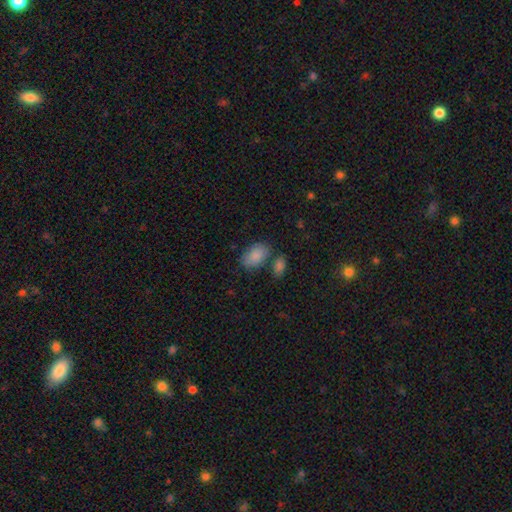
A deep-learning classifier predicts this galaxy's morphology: Smooth or featured?
  - smooth: 86% *
  - featured or disk: 7%
  - star or artifact: 7%
How rounded?
  - in between: 90% *
  - round: 8%
  - cigar-shaped: 1%
Merging?
  - none: 60% *
  - minor disturbance: 18%
  - merger: 16%
  - major disturbance: 6%